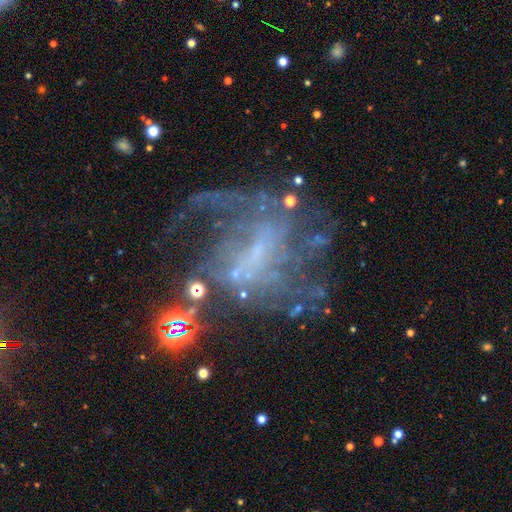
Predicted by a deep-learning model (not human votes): Smooth or featured? featured or disk (75%)
Edge-on disk? no (97%)
Bar? no (41%, tied with weak)
Spiral arms? yes (75%)
Spiral winding? loose (49%)
Spiral arm count? can't tell (35%)
Bulge size? none (51%)
Merging? none (42%)